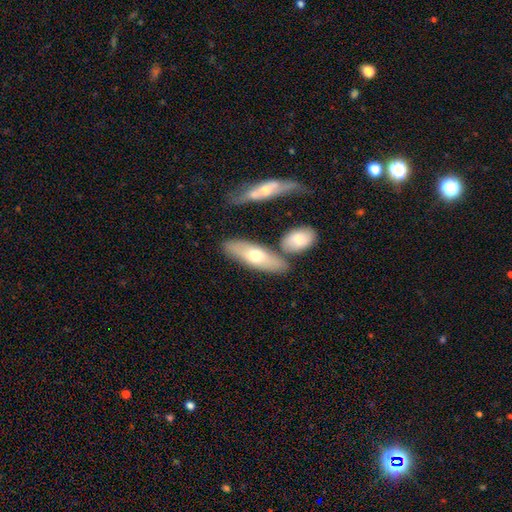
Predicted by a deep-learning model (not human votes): Overall: smooth (60%; featured or disk 35%). How rounded: in between (58%; cigar-shaped 40%). Merging: none (71%).